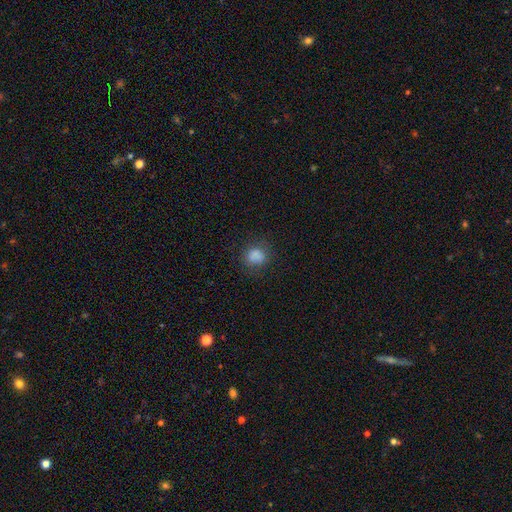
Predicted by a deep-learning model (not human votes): Smooth or featured?
  - smooth: 83% *
  - star or artifact: 11%
  - featured or disk: 6%
How rounded?
  - round: 69% *
  - in between: 30%
  - cigar-shaped: 1%
Merging?
  - none: 75% *
  - minor disturbance: 17%
  - major disturbance: 7%
  - merger: 2%